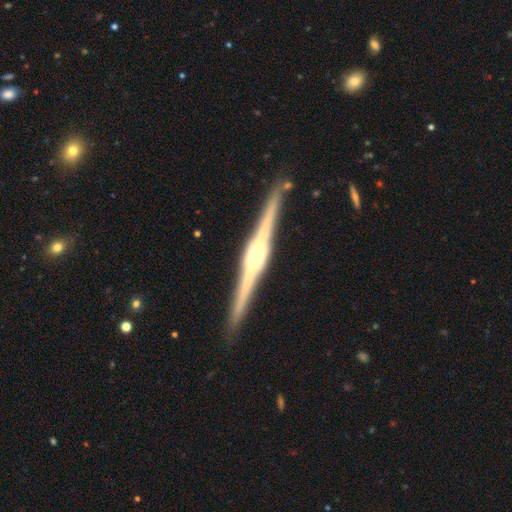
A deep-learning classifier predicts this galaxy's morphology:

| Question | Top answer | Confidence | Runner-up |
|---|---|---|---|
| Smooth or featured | featured or disk | 88% | smooth (8%) |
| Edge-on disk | yes | 99% | no (1%) |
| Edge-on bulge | rounded | 57% | boxy (37%) |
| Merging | none | 91% | minor disturbance (7%) |